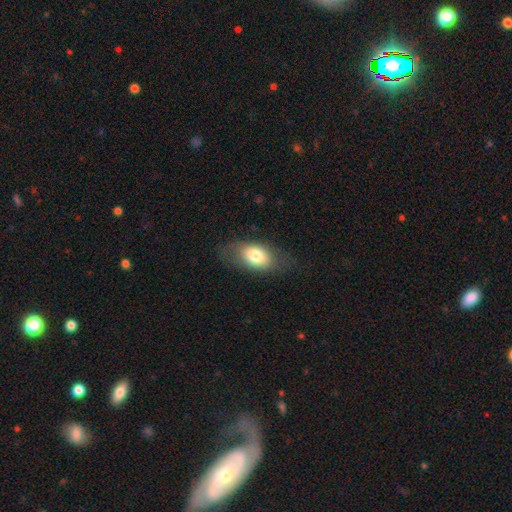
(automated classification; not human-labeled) This appears to be a smooth galaxy with no disk features (75%) that is in between round and cigar-shaped (86%). Merging: none (72%).